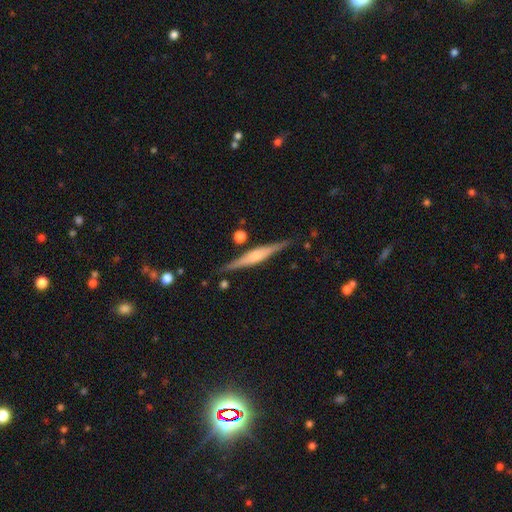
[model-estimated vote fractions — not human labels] A featured or disk galaxy (72%) viewed edge-on (97%) with a rounded central bulge (66%).

Vote fractions:
- Smooth or featured? featured or disk: 72% / smooth: 22% / star or artifact: 6%
- Edge-on disk? yes: 97% / no: 3%
- Edge-on bulge? rounded: 66% / boxy: 24% / none: 11%
- Merging? none: 86% / minor disturbance: 9% / merger: 3% / major disturbance: 2%